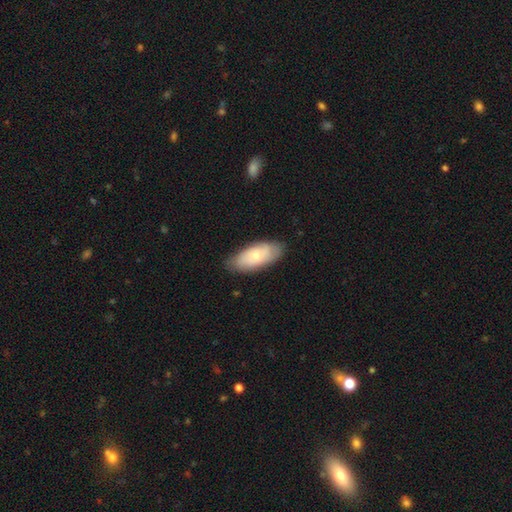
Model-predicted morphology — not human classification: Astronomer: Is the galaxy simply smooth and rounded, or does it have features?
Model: smooth — 64%.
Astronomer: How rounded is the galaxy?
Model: in between — 87%.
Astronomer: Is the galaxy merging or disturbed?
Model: none — 80%.